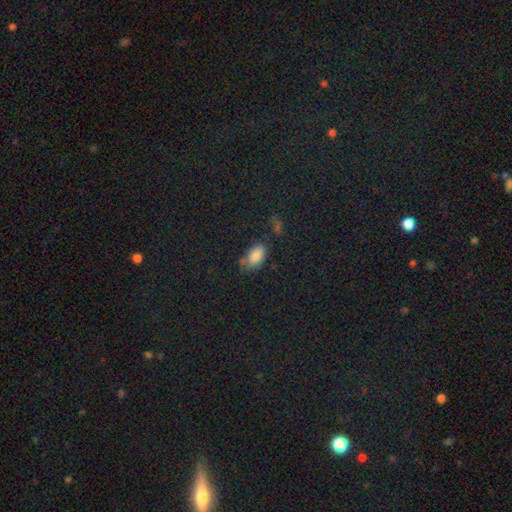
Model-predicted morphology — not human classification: smooth-or-featured: smooth: 82% | star or artifact: 12% | featured or disk: 6%
  how-rounded: in between: 91% | round: 7% | cigar-shaped: 2%
  merging: none: 63% | minor disturbance: 23% | major disturbance: 7% | merger: 6%